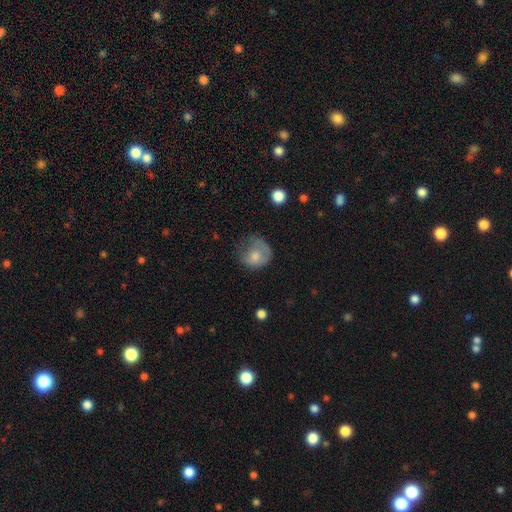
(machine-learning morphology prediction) smooth-or-featured: smooth: 68% | featured or disk: 24% | star or artifact: 8%
  how-rounded: round: 69% | in between: 30% | cigar-shaped: 1%
  merging: major disturbance: 34% | none: 32% | minor disturbance: 31% | merger: 2%